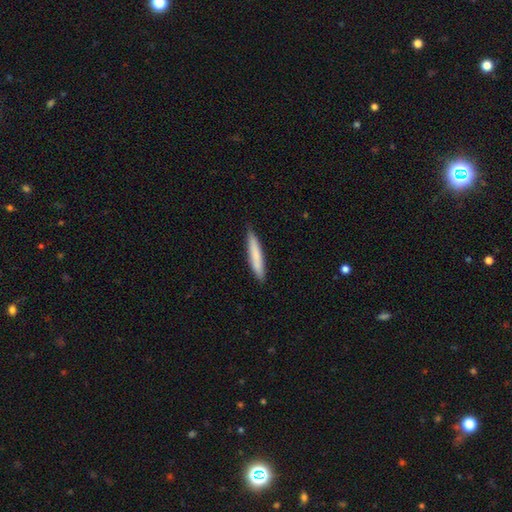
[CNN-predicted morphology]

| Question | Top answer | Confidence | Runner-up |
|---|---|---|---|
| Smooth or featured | smooth | 76% | featured or disk (19%) |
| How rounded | cigar-shaped | 93% | in between (5%) |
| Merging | none | 87% | minor disturbance (10%) |